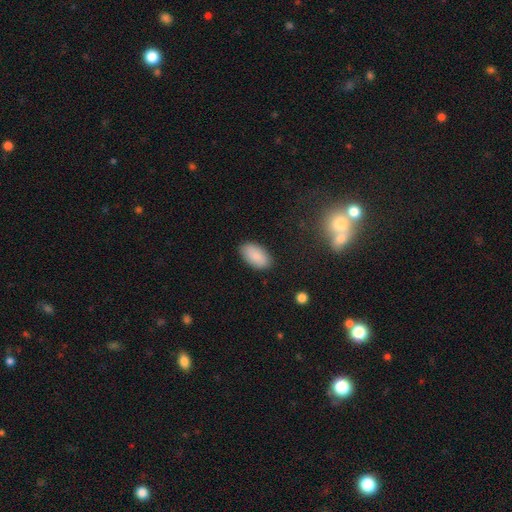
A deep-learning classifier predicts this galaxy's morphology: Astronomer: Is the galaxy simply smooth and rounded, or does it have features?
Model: smooth — 86%.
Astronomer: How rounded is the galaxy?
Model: in between — 95%.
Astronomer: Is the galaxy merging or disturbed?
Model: none — 87%.